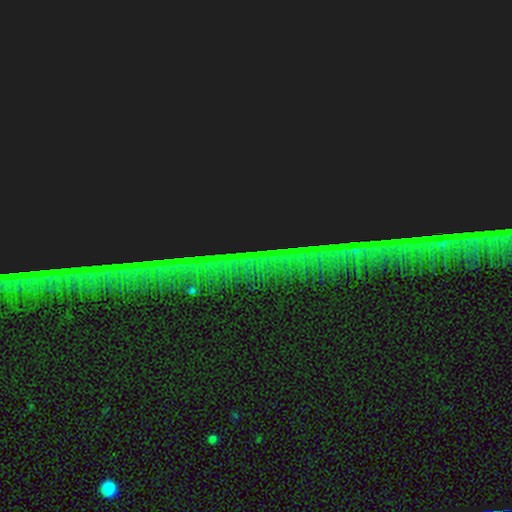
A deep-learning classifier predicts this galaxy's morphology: Smooth or featured: star or artifact — 87% (featured or disk — 7%)